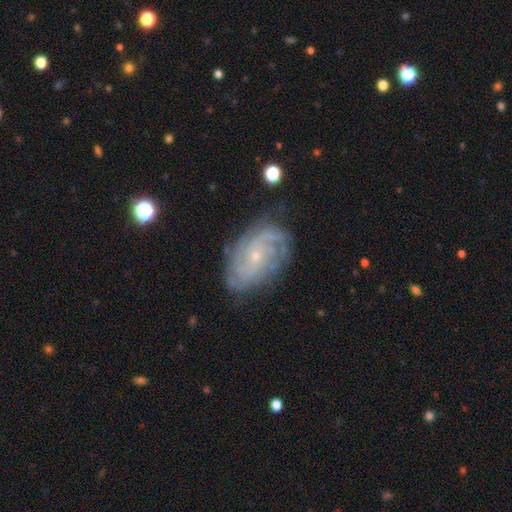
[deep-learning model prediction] Smooth or featured? Predicted: featured or disk (p=0.84). Edge-on disk? Predicted: no (p=0.96). Bar? Predicted: no (p=0.73). Spiral arms? Predicted: yes (p=0.96). Spiral winding? Predicted: tight (p=0.63). Spiral arm count? Predicted: can't tell (p=0.32). Bulge size? Predicted: small (p=0.83). Merging? Predicted: none (p=0.76).